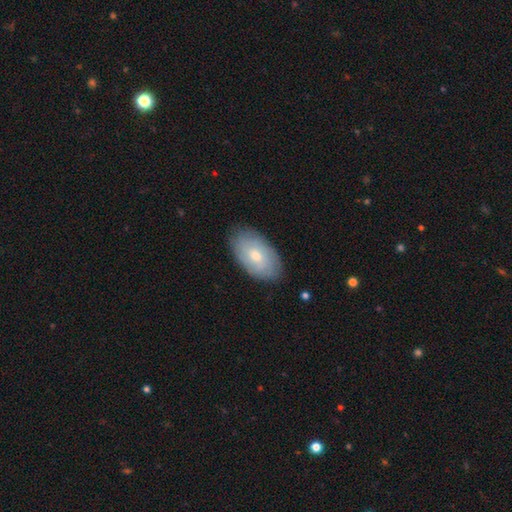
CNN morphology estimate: smooth 57%, featured or disk 36%, star or artifact 7%. Down the decision tree: how rounded — in between (94%); merging — none (84%).